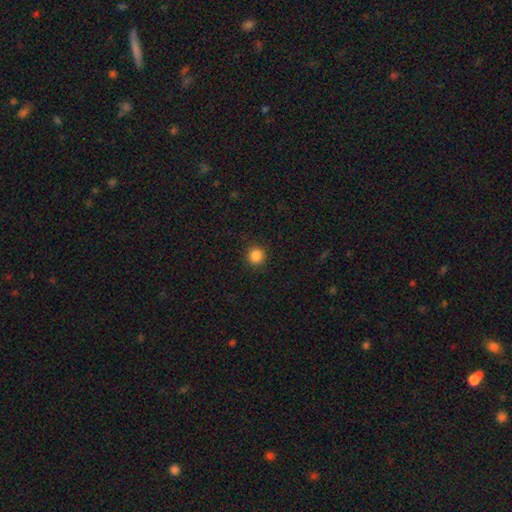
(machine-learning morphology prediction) Overall: smooth (86%). How rounded: round (92%). Merging: none (90%).